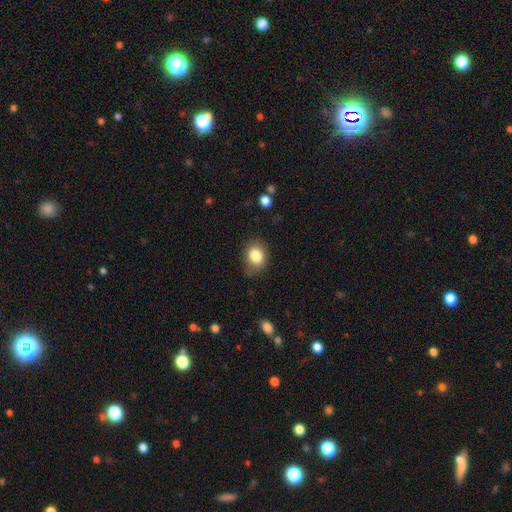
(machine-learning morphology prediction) This is clearly a smooth galaxy (83%). How rounded: possibly in between (51%). Merging: likely none (76%).